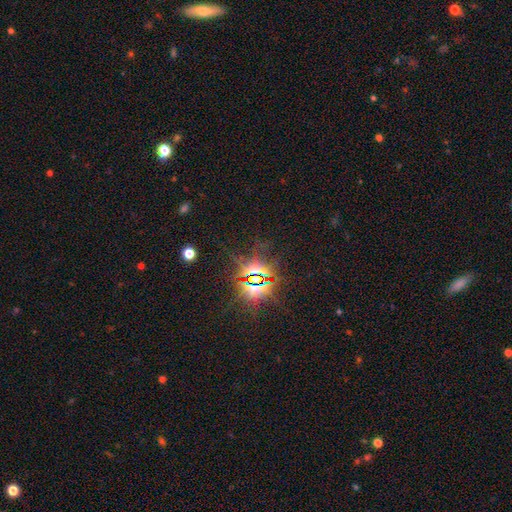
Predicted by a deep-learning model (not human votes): Overall: star or artifact (81%).